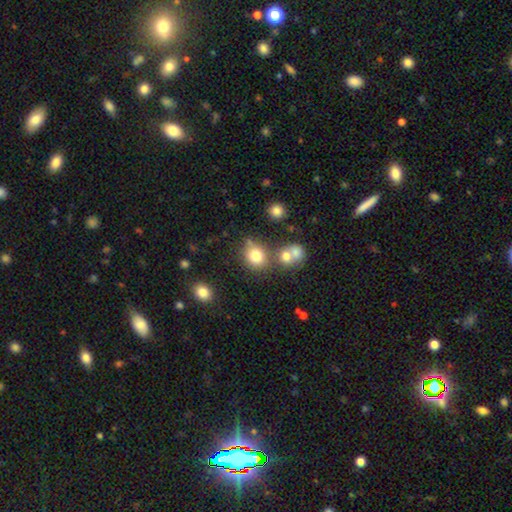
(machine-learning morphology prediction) smooth-or-featured: smooth: 77% | star or artifact: 14% | featured or disk: 9%
  how-rounded: round: 79% | in between: 20% | cigar-shaped: 1%
  merging: none: 62% | merger: 22% | minor disturbance: 12% | major disturbance: 4%